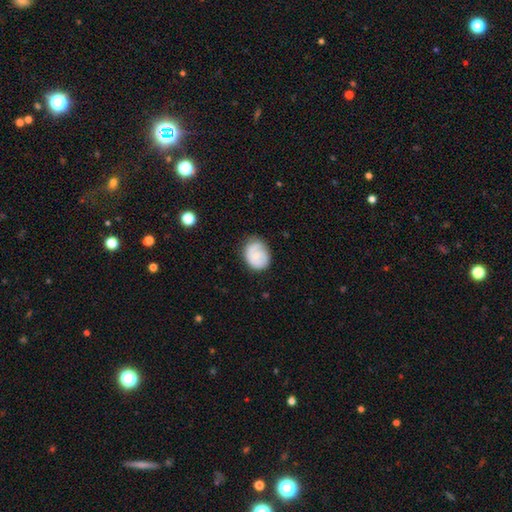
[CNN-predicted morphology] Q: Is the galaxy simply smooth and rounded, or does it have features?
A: smooth — 53%.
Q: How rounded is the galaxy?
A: in between — 50%.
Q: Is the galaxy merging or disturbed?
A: none — 63%.